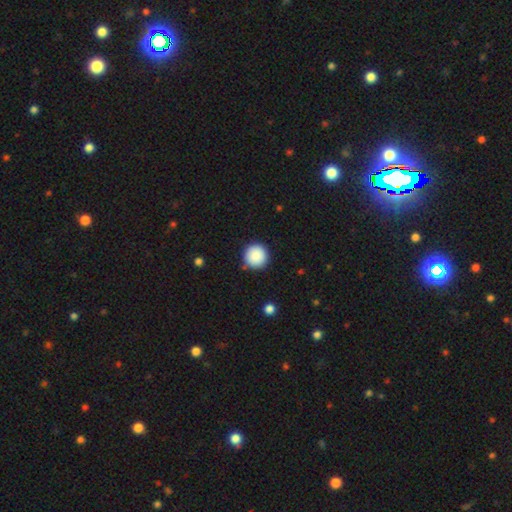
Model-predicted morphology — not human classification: Smooth or featured?
  - smooth: 88% *
  - star or artifact: 8%
  - featured or disk: 3%
How rounded?
  - round: 96% *
  - in between: 3%
  - cigar-shaped: 1%
Merging?
  - none: 90% *
  - minor disturbance: 7%
  - major disturbance: 2%
  - merger: 2%